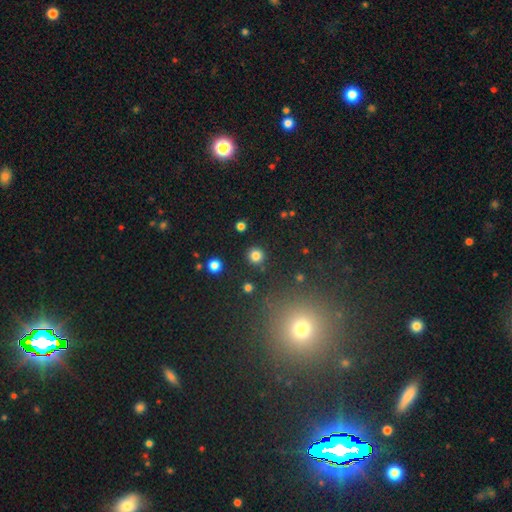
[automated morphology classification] Q: Smooth or featured?
A: smooth (82%); runner-up: star or artifact (13%)
Q: How rounded?
A: round (94%); runner-up: in between (5%)
Q: Merging?
A: none (91%); runner-up: minor disturbance (5%)